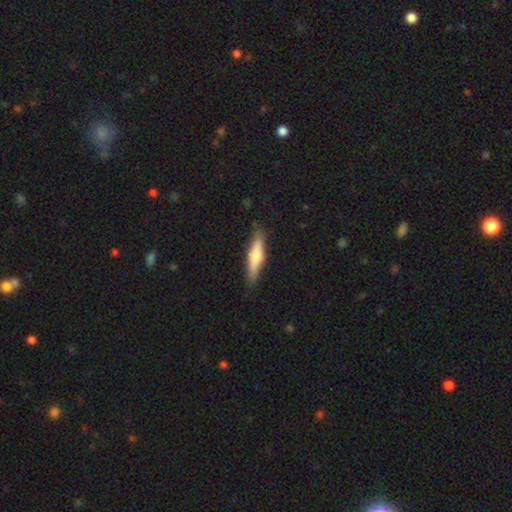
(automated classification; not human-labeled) smooth-or-featured: smooth: 55% | featured or disk: 39% | star or artifact: 6%
  how-rounded: cigar-shaped: 80% | in between: 19% | round: 2%
  merging: none: 85% | minor disturbance: 12% | major disturbance: 2% | merger: 1%